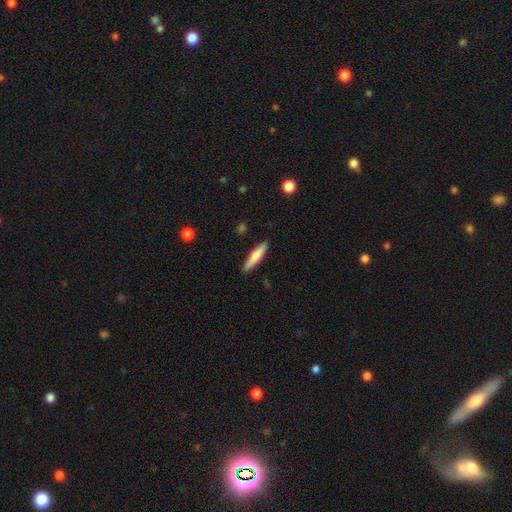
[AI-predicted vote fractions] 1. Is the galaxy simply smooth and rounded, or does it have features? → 73% smooth, 21% featured or disk, 6% star or artifact.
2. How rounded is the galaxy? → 84% cigar-shaped, 14% in between, 1% round.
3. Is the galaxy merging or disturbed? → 89% none, 8% minor disturbance, 2% major disturbance, 1% merger.